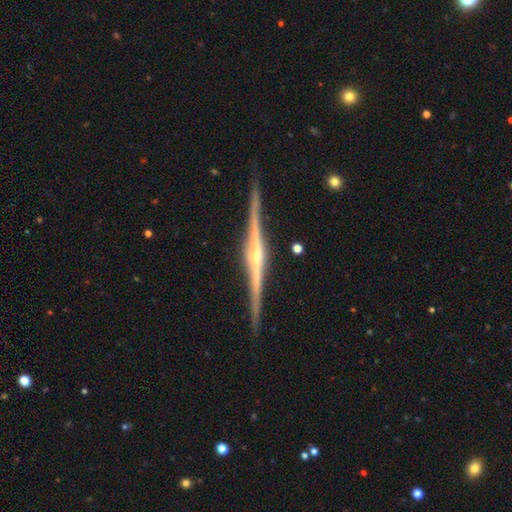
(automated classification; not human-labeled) This is clearly a featured or disk galaxy (90%). It is clearly viewed edge-on (99%). Edge-on bulge: clearly rounded (80%). Merging: clearly none (91%).